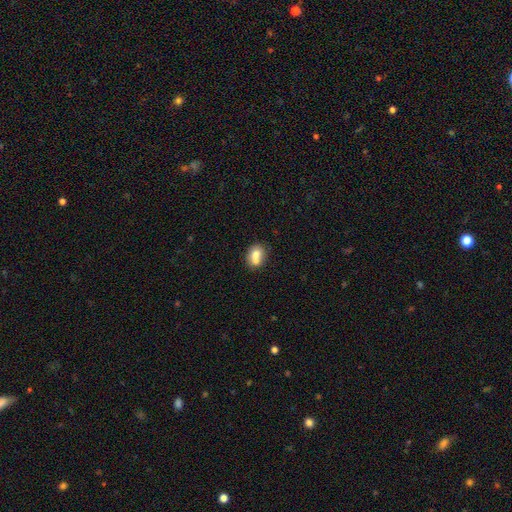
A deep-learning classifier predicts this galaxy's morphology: Smooth or featured?
  - smooth: 71% *
  - featured or disk: 20%
  - star or artifact: 9%
How rounded?
  - in between: 50% *
  - round: 49%
  - cigar-shaped: 1%
Merging?
  - merger: 47% *
  - none: 38%
  - minor disturbance: 11%
  - major disturbance: 4%